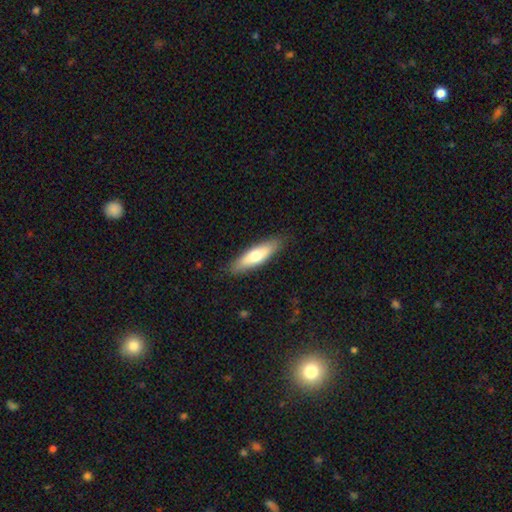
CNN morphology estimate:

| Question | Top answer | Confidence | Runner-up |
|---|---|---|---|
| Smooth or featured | smooth | 63% | featured or disk (31%) |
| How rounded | cigar-shaped | 59% | in between (39%) |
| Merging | none | 86% | minor disturbance (10%) |